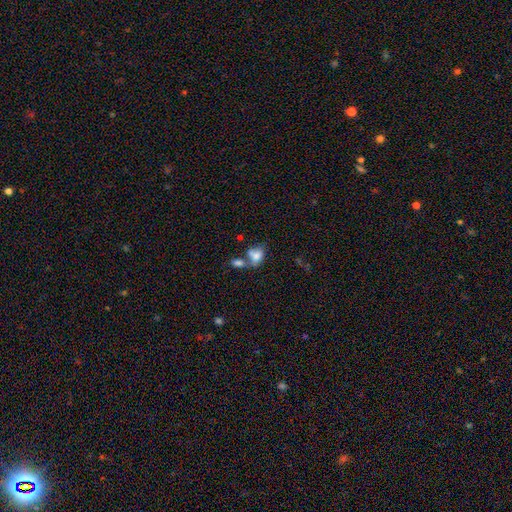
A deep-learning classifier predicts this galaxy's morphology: This appears to be a smooth galaxy with no disk features (73%) that is in between round and cigar-shaped (77%). Merging: merger (48%).